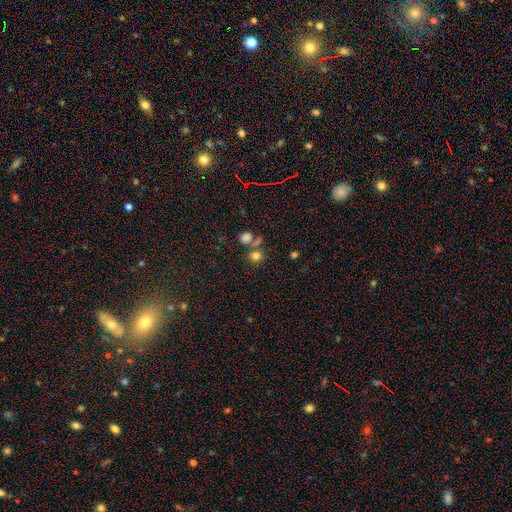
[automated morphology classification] smooth-or-featured: smooth: 77% | star or artifact: 15% | featured or disk: 8%
  how-rounded: round: 84% | in between: 15% | cigar-shaped: 1%
  merging: none: 61% | merger: 25% | minor disturbance: 9% | major disturbance: 4%